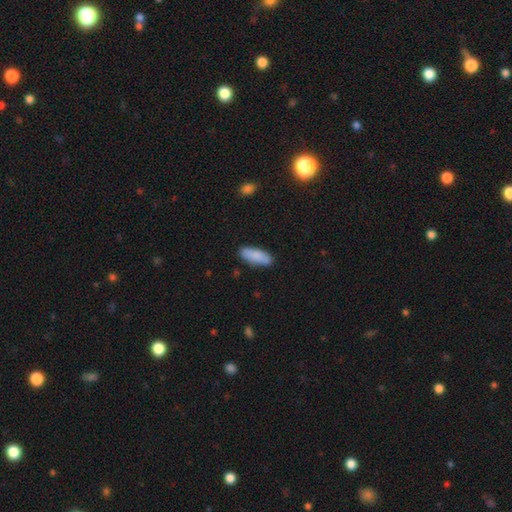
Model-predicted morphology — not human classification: A smooth galaxy with no disk features (86%) that is in between round and cigar-shaped (64%).

Vote fractions:
- Smooth or featured? smooth: 86% / featured or disk: 8% / star or artifact: 6%
- How rounded? in between: 64% / cigar-shaped: 34% / round: 2%
- Merging? none: 84% / minor disturbance: 12% / major disturbance: 2% / merger: 2%